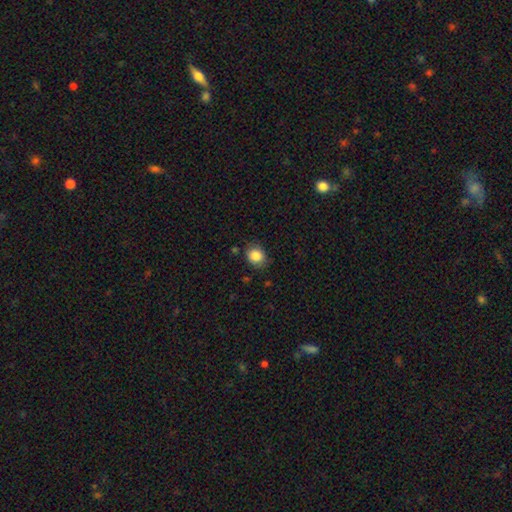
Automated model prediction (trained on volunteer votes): Q: Smooth or featured?
A: smooth (85%); runner-up: star or artifact (9%)
Q: How rounded?
A: round (63%); runner-up: in between (36%)
Q: Merging?
A: none (79%); runner-up: minor disturbance (16%)